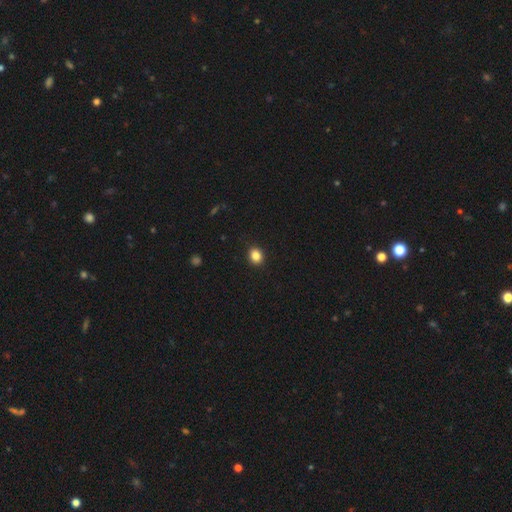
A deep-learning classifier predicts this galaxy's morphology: Q: Smooth or featured?
A: smooth (85%); runner-up: star or artifact (11%)
Q: How rounded?
A: round (66%); runner-up: in between (33%)
Q: Merging?
A: none (91%); runner-up: minor disturbance (6%)